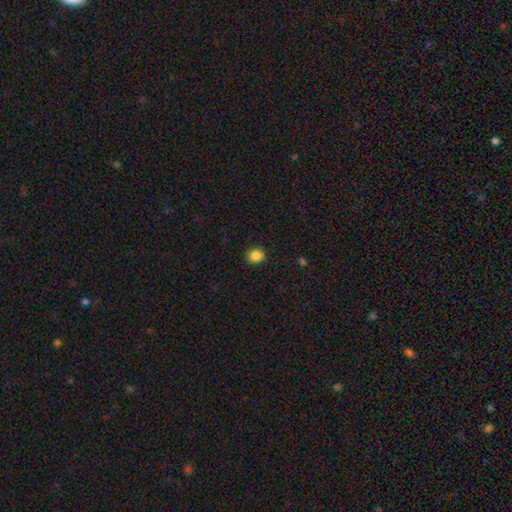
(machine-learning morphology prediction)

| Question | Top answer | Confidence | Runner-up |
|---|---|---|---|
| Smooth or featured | smooth | 87% | star or artifact (10%) |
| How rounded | round | 75% | in between (24%) |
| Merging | none | 91% | minor disturbance (6%) |